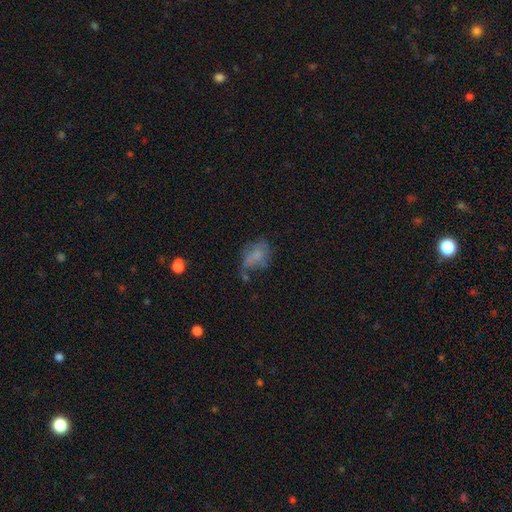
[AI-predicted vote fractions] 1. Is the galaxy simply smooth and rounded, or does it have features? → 61% smooth, 26% featured or disk, 13% star or artifact.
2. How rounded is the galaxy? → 78% in between, 20% round, 2% cigar-shaped.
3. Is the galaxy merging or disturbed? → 38% none, 30% minor disturbance, 25% major disturbance, 7% merger.